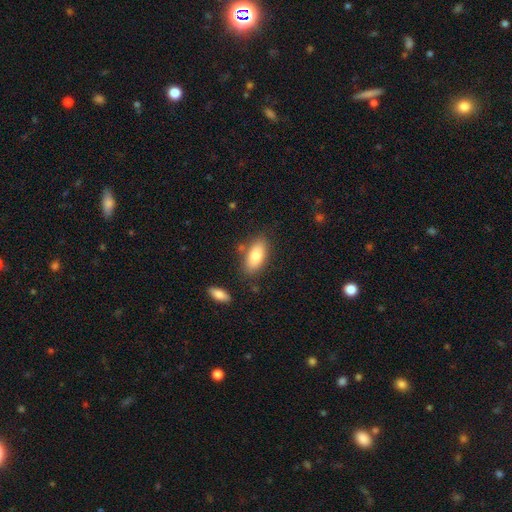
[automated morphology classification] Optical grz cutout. It shows a smooth galaxy with no disk features (81%) that is in between round and cigar-shaped (88%). Merging: none (77%).